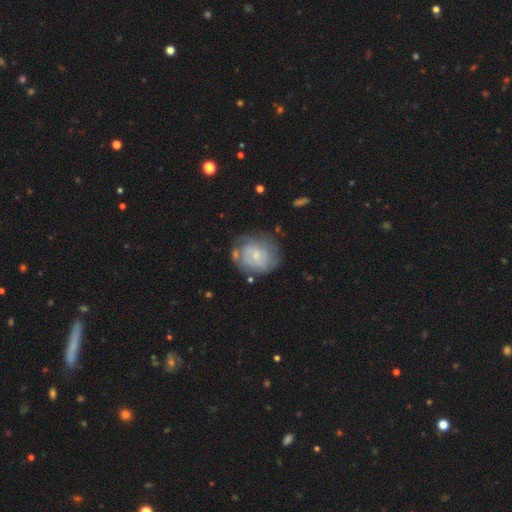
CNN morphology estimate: Overall: featured or disk (58%; smooth 35%). Edge-on disk: no (97%). Bar: no (60%; weak 35%). Spiral arms: yes (73%). Bulge size: small (61%; moderate 28%). Merging: none (60%; minor disturbance 23%).